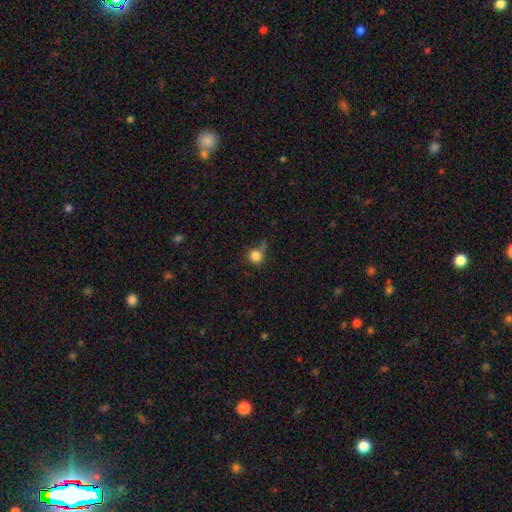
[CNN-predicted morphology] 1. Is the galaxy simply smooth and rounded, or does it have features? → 82% smooth, 11% star or artifact, 7% featured or disk.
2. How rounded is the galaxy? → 86% round, 13% in between, 1% cigar-shaped.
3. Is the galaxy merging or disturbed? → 48% none, 27% minor disturbance, 13% major disturbance, 12% merger.